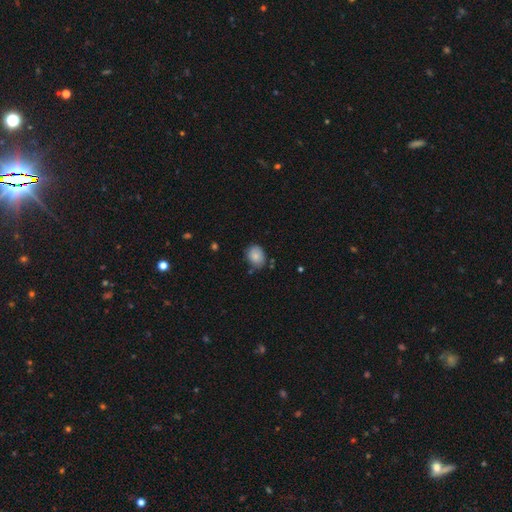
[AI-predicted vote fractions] Smooth or featured?
  - smooth: 83% *
  - featured or disk: 9%
  - star or artifact: 8%
How rounded?
  - in between: 62% *
  - round: 37%
  - cigar-shaped: 1%
Merging?
  - none: 71% *
  - minor disturbance: 22%
  - major disturbance: 4%
  - merger: 3%